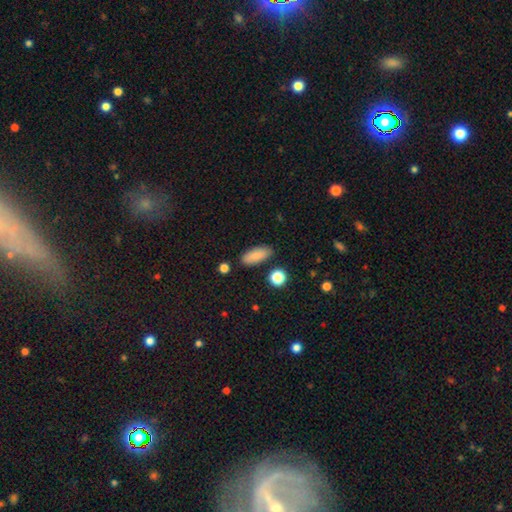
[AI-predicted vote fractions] Overall: smooth (84%). How rounded: in between (79%). Merging: none (84%).